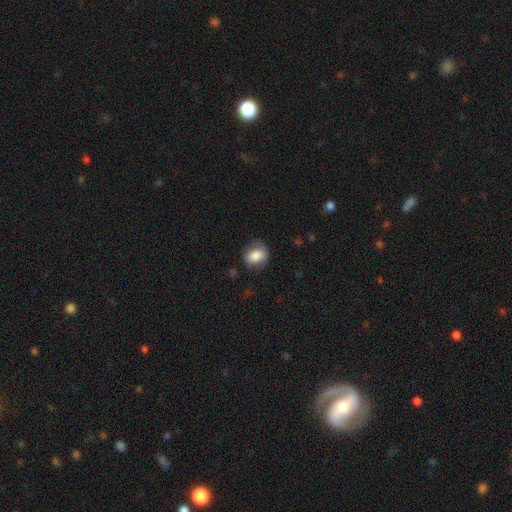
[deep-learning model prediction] Smooth or featured: smooth — 77% (featured or disk — 15%)
How rounded: in between — 57% (round — 42%)
Merging: none — 70% (minor disturbance — 21%)